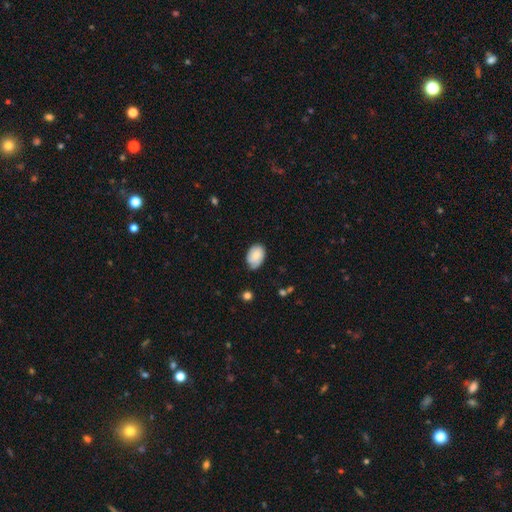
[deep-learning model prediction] This appears to be a smooth galaxy with no disk features (76%) that is in between round and cigar-shaped (85%). Merging: none (62%).